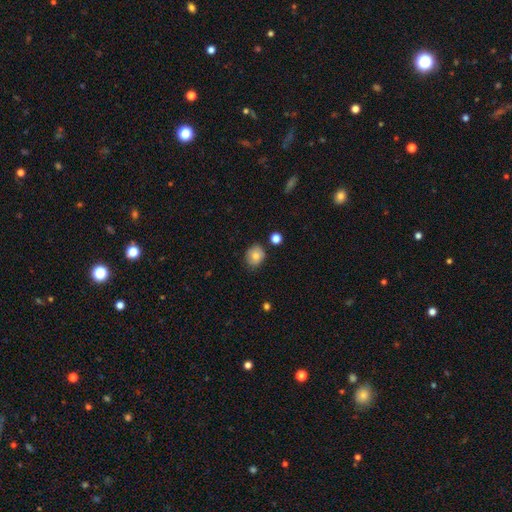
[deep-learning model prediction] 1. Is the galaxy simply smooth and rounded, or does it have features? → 76% smooth, 14% featured or disk, 10% star or artifact.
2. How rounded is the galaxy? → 63% round, 36% in between, 1% cigar-shaped.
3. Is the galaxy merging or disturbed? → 75% none, 18% minor disturbance, 4% merger, 3% major disturbance.